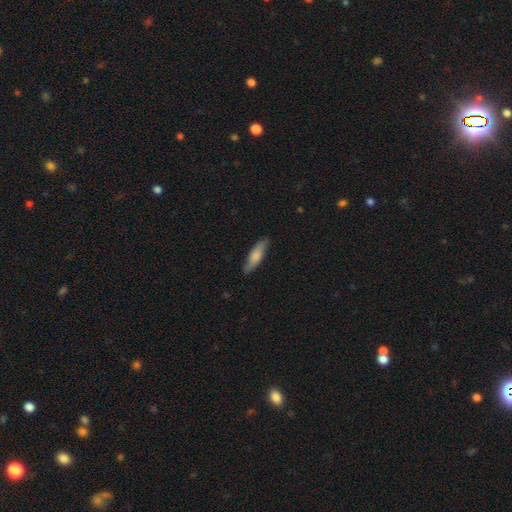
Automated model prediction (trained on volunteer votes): smooth_or_featured: smooth (p=0.73) [alt: featured or disk p=0.21]
how_rounded: cigar-shaped (p=0.67) [alt: in between p=0.31]
merging: none (p=0.86) [alt: minor disturbance p=0.11]